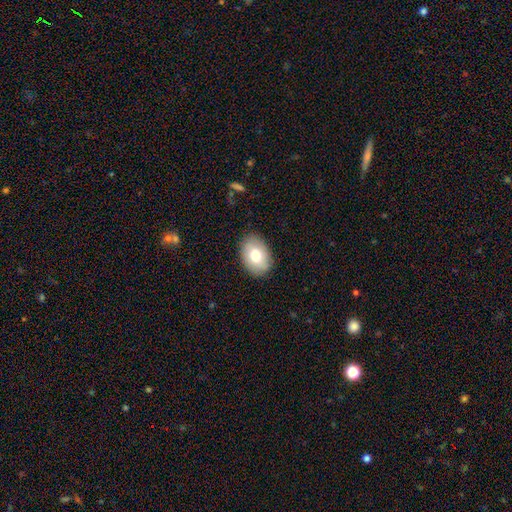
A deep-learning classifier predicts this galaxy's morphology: The model was most divided on "smooth or featured": smooth: 76%, featured or disk: 16%, star or artifact: 7%. More confident: merging — none (87%); how rounded — in between (83%).